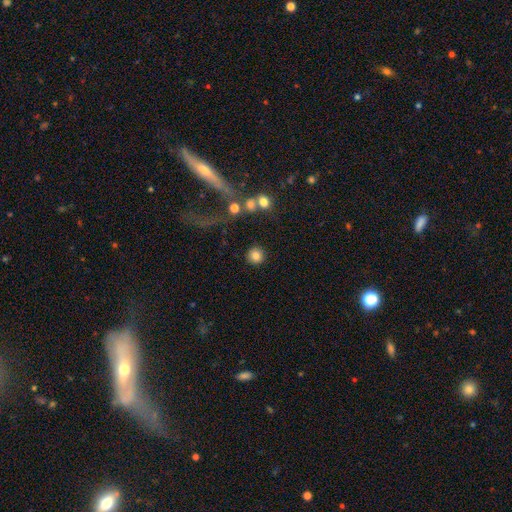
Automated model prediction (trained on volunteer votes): smooth_or_featured: smooth (p=0.82) [alt: star or artifact p=0.11]
how_rounded: round (p=0.94) [alt: in between p=0.05]
merging: none (p=0.88) [alt: minor disturbance p=0.06]